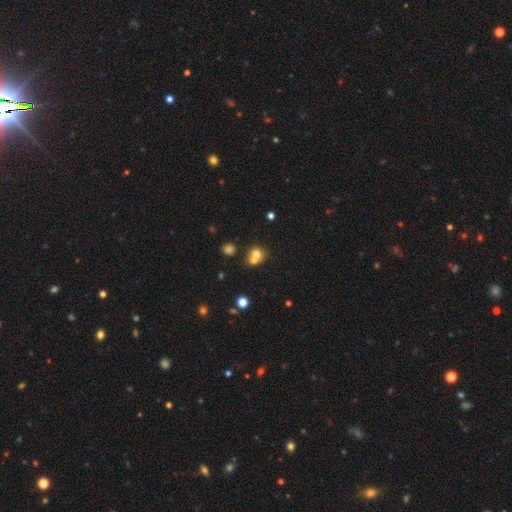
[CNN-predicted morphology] smooth-or-featured: smooth: 72% | featured or disk: 15% | star or artifact: 13%
  how-rounded: round: 75% | in between: 24% | cigar-shaped: 1%
  merging: merger: 54% | none: 35% | minor disturbance: 7% | major disturbance: 4%